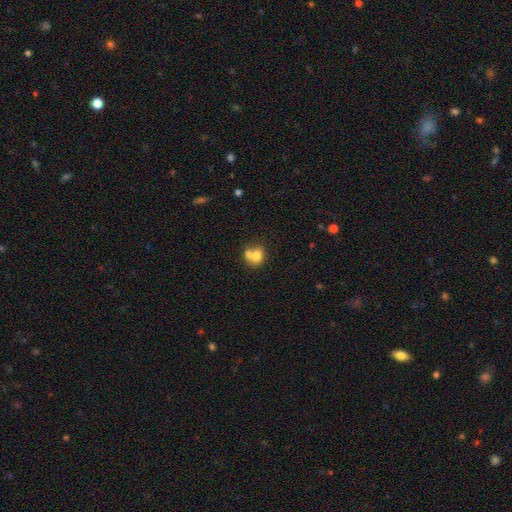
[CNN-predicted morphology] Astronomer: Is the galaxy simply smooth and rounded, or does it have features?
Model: smooth — 74%.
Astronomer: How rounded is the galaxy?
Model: round — 60% (runner-up: in between, 39%).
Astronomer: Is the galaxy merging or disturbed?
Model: merger — 54% (runner-up: none, 34%).